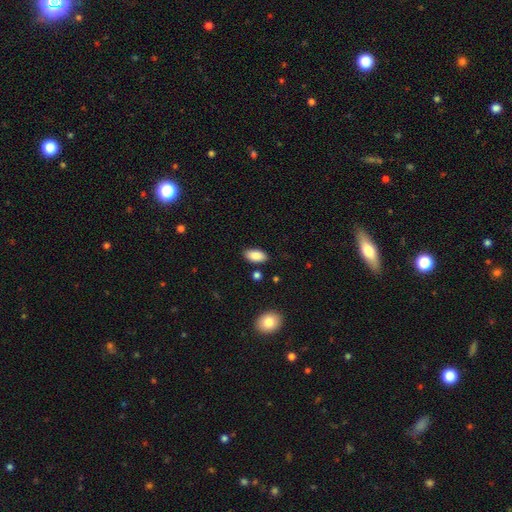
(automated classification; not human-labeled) Q: Smooth or featured?
A: smooth (88%); runner-up: star or artifact (7%)
Q: How rounded?
A: in between (93%); runner-up: cigar-shaped (5%)
Q: Merging?
A: none (85%); runner-up: minor disturbance (10%)